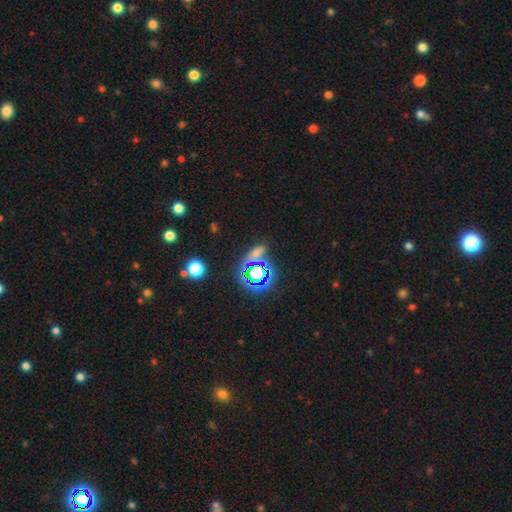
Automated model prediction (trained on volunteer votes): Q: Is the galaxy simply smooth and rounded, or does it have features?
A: star or artifact — 66%.